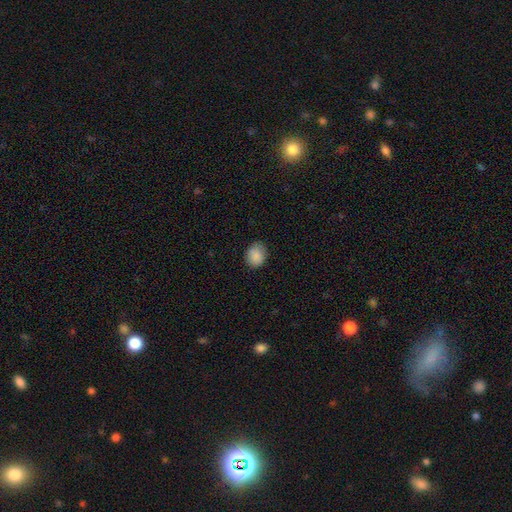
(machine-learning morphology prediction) The model was most divided on "how rounded": round: 56%, in between: 43%, cigar-shaped: 1%. More confident: smooth or featured — smooth (88%); merging — none (80%).